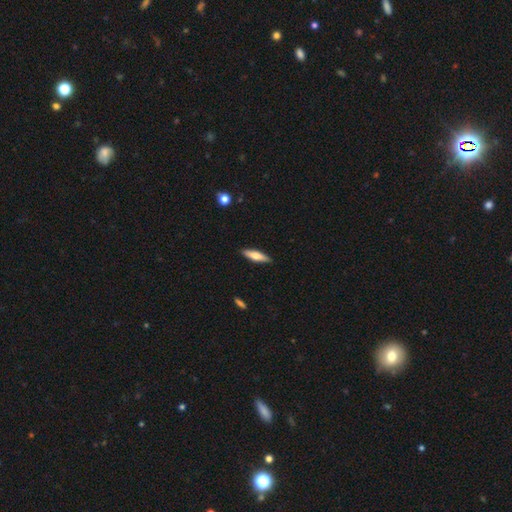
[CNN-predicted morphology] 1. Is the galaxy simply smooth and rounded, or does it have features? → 63% smooth, 31% featured or disk, 6% star or artifact.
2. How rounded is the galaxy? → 68% cigar-shaped, 31% in between, 2% round.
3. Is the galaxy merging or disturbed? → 89% none, 8% minor disturbance, 2% major disturbance, 1% merger.